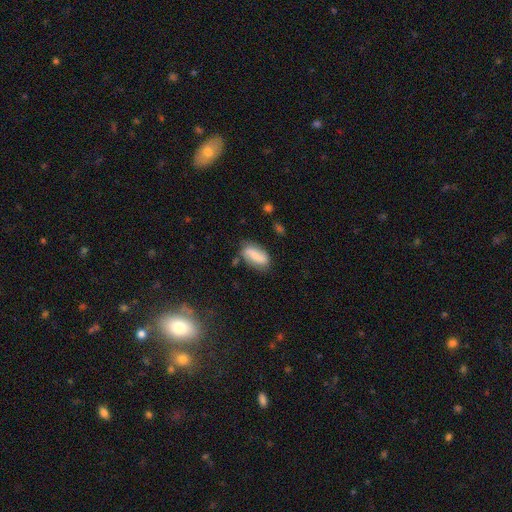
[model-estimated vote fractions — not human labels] smooth 65%, featured or disk 28%, star or artifact 8%. Down the decision tree: how rounded — in between (84%); merging — none (71%).